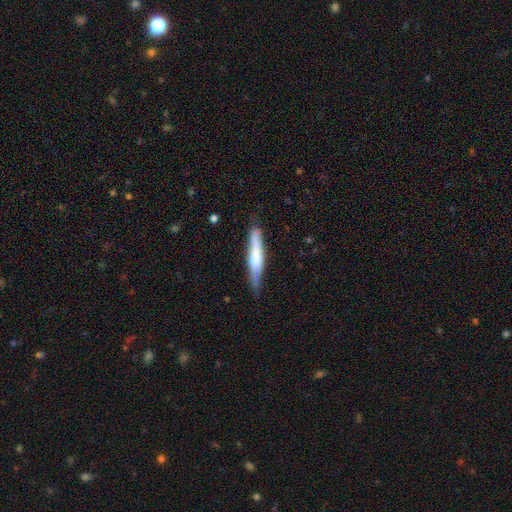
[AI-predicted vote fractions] A smooth galaxy with no disk features (58%) that is cigar-shaped (90%). Merging: none (71%).